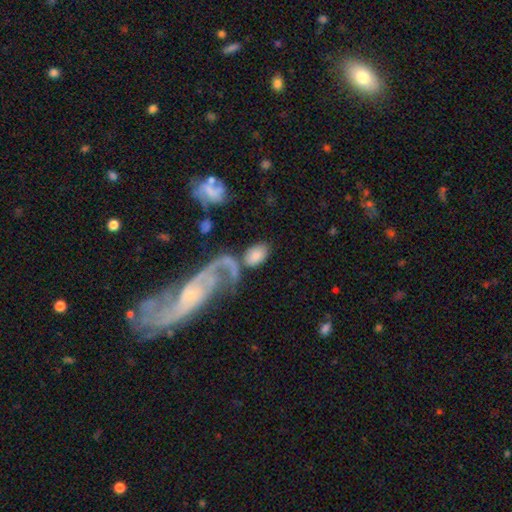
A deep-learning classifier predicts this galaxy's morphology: Smooth or featured?
  - smooth: 74% *
  - featured or disk: 19%
  - star or artifact: 7%
How rounded?
  - in between: 90% *
  - round: 8%
  - cigar-shaped: 2%
Merging?
  - none: 42% *
  - merger: 26%
  - major disturbance: 16%
  - minor disturbance: 16%